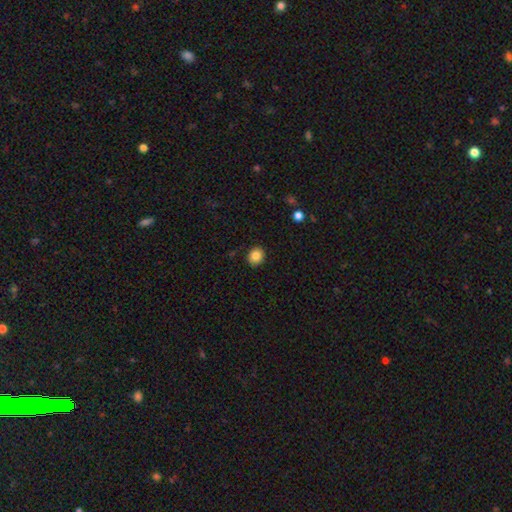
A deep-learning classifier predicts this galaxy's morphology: smooth_or_featured: smooth (p=0.84) [alt: star or artifact p=0.10]
how_rounded: round (p=0.76) [alt: in between p=0.24]
merging: none (p=0.90) [alt: minor disturbance p=0.07]